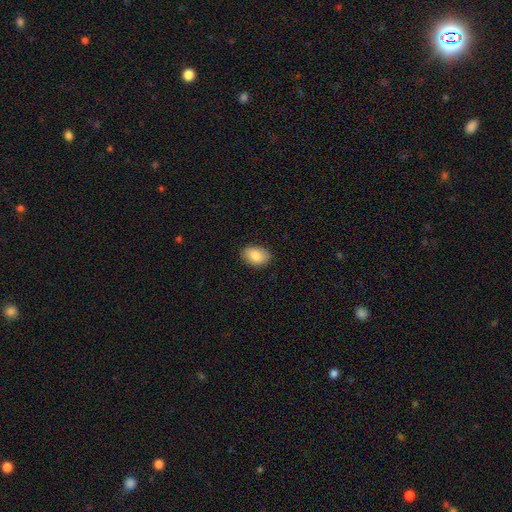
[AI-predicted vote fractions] This appears to be a smooth galaxy with no disk features (87%) that is in between round and cigar-shaped (86%). Merging: none (87%).